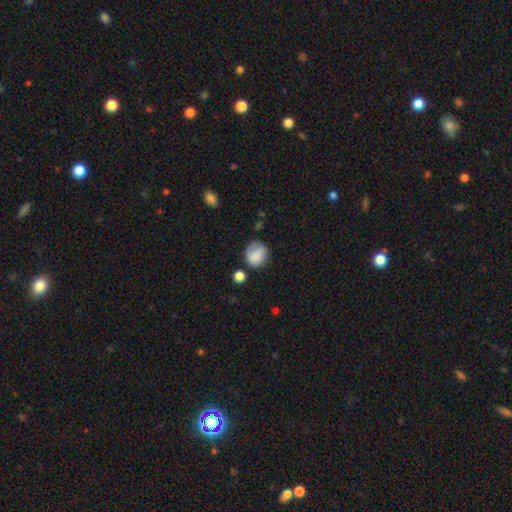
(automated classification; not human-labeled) The model was most divided on "merging": none: 58%, minor disturbance: 27%, major disturbance: 10%, merger: 5%. More confident: smooth or featured — smooth (80%); how rounded — round (77%).